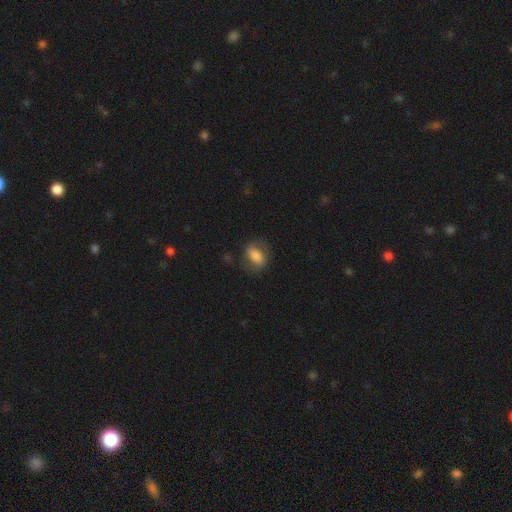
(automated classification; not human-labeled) The model was most divided on "smooth or featured": smooth: 61%, featured or disk: 30%, star or artifact: 8%. More confident: how rounded — in between (79%); merging — none (67%).